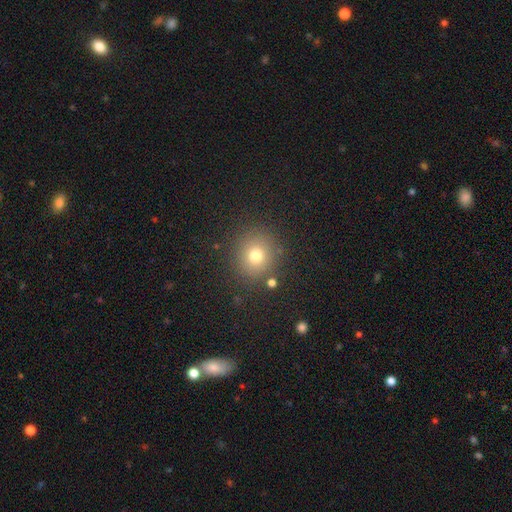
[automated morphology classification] A smooth galaxy with no disk features (74%) that is round (86%). Merging: none (85%).